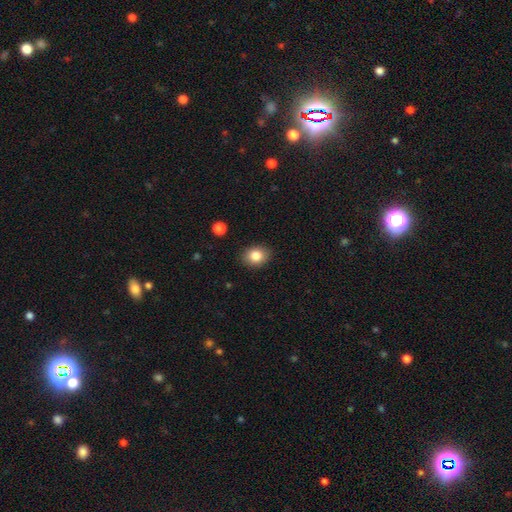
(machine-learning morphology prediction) This appears to be a smooth galaxy with no disk features (84%) that is in between round and cigar-shaped (51%). Merging: none (88%).